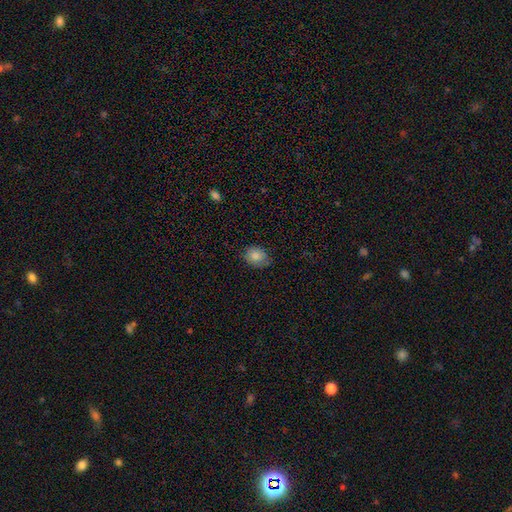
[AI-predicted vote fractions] Smooth or featured?
  - smooth: 84% *
  - star or artifact: 9%
  - featured or disk: 8%
How rounded?
  - round: 51% *
  - in between: 48%
  - cigar-shaped: 1%
Merging?
  - none: 73% *
  - minor disturbance: 21%
  - major disturbance: 4%
  - merger: 1%